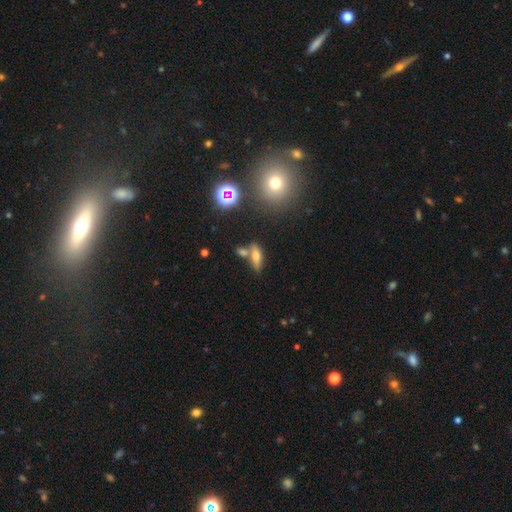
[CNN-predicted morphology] Overall: smooth (59%; featured or disk 26%). How rounded: in between (57%; cigar-shaped 37%). Merging: none (51%; merger 30%).